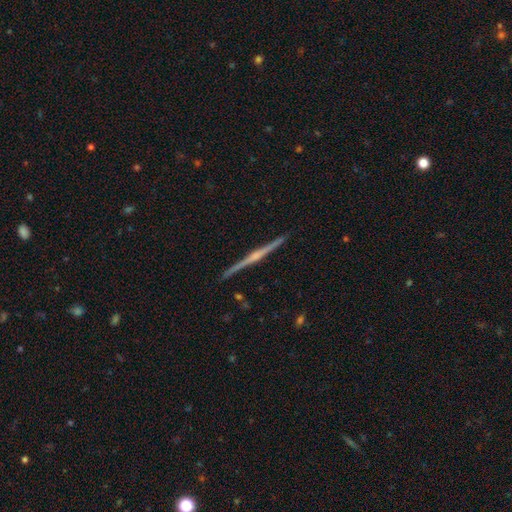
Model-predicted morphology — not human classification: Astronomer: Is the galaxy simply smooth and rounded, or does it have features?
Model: featured or disk — 85%.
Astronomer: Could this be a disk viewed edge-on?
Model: yes — 99%.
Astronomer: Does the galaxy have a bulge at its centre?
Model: rounded — 73%.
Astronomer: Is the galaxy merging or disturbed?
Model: none — 93%.